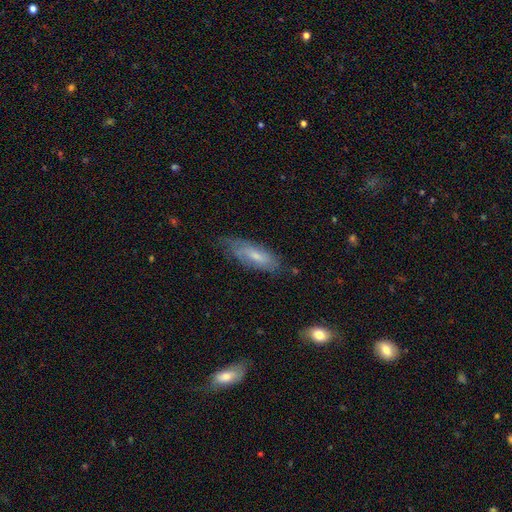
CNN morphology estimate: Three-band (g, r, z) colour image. It shows a smooth galaxy with no disk features (48%). Merging: none (63%).